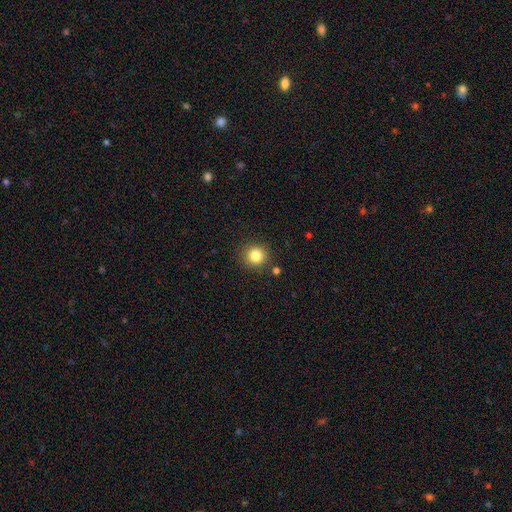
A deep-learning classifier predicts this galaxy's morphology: A smooth galaxy with no disk features (82%) that is round (92%).

Vote fractions:
- Smooth or featured? smooth: 82% / star or artifact: 12% / featured or disk: 6%
- How rounded? round: 92% / in between: 7% / cigar-shaped: 1%
- Merging? none: 87% / minor disturbance: 7% / merger: 3% / major disturbance: 2%